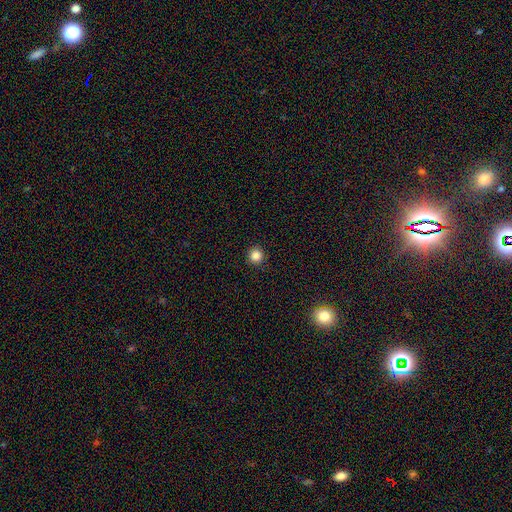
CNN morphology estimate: Smooth or featured? Predicted: smooth (p=0.85). How rounded? Predicted: round (p=0.94). Merging? Predicted: none (p=0.93).